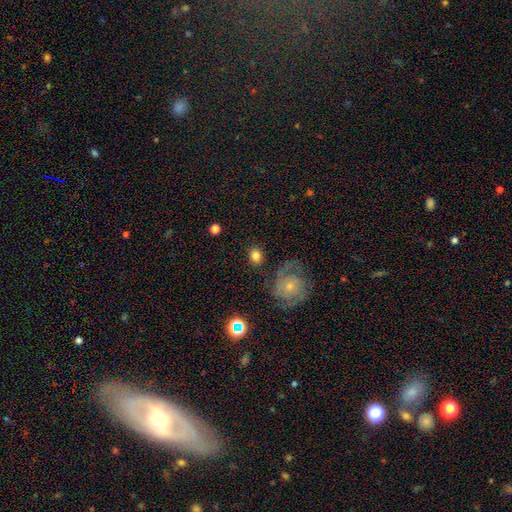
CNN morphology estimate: smooth-or-featured: smooth: 78% | featured or disk: 13% | star or artifact: 9%
  how-rounded: round: 60% | in between: 39% | cigar-shaped: 1%
  merging: none: 81% | minor disturbance: 11% | major disturbance: 5% | merger: 3%